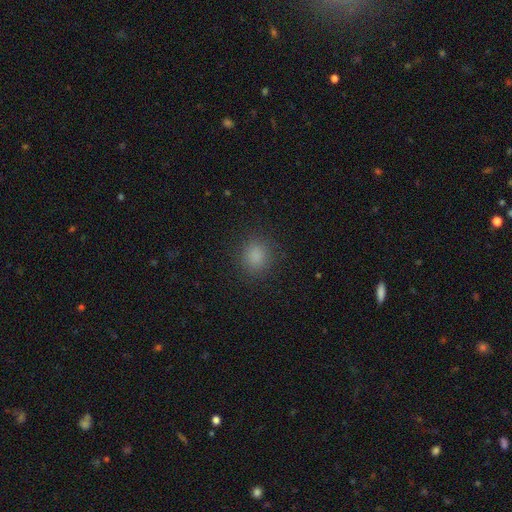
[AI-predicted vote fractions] This is clearly a smooth galaxy (84%). How rounded: clearly round (80%). Merging: clearly none (88%).